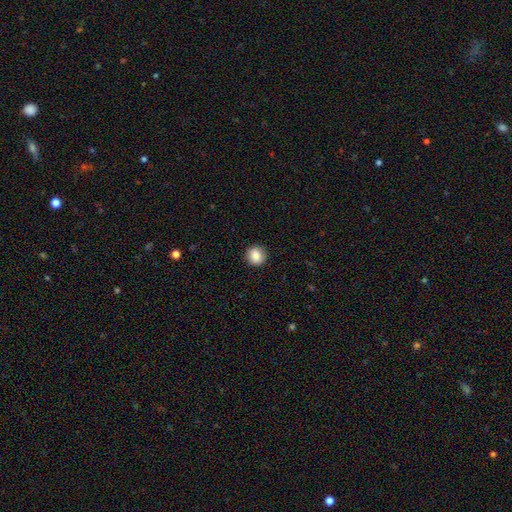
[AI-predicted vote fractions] Overall: smooth (87%). How rounded: round (89%). Merging: none (92%).